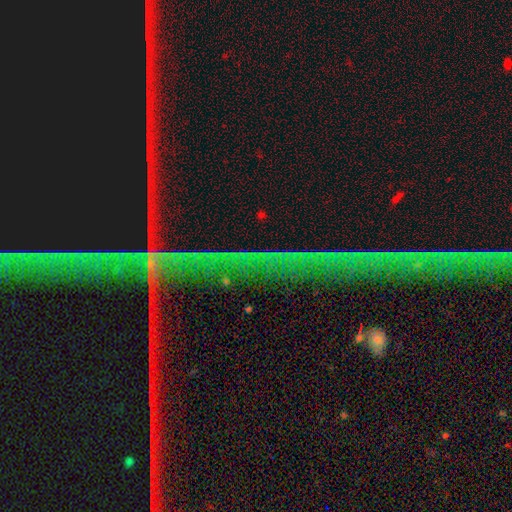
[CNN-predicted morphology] smooth_or_featured: star or artifact (p=0.75) [alt: smooth p=0.12]